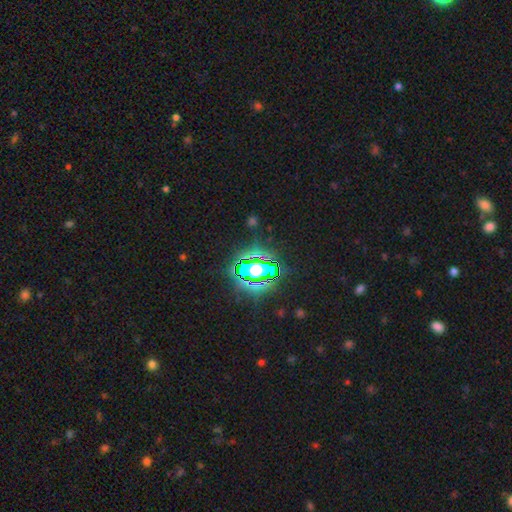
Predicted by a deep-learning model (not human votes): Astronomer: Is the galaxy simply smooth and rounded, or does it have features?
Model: star or artifact — 83%.